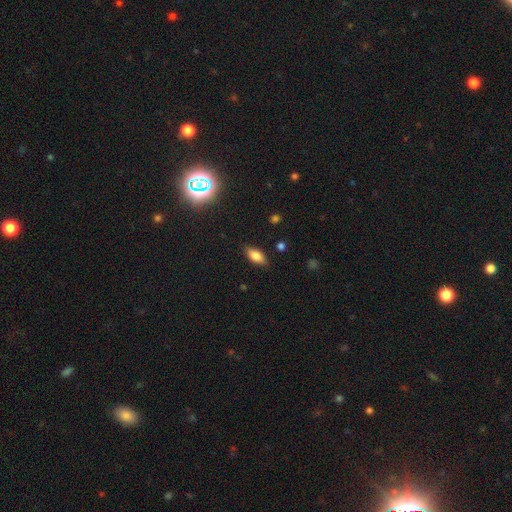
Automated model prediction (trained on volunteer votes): A smooth galaxy with no disk features (79%) that is in between round and cigar-shaped (85%). Merging: none (84%).